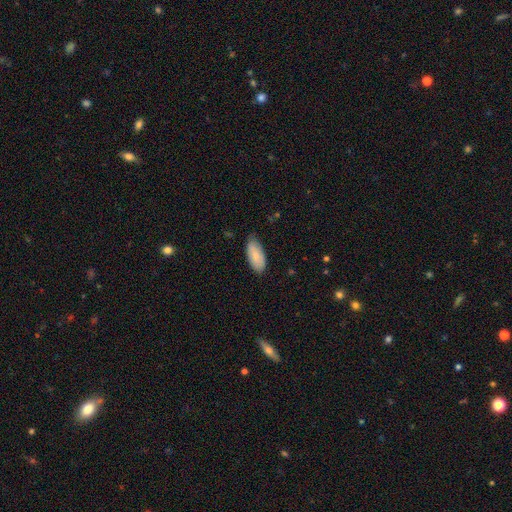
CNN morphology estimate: The model was most divided on "merging": none: 74%, minor disturbance: 22%, major disturbance: 3%, merger: 1%. More confident: how rounded — in between (91%); smooth or featured — smooth (82%).